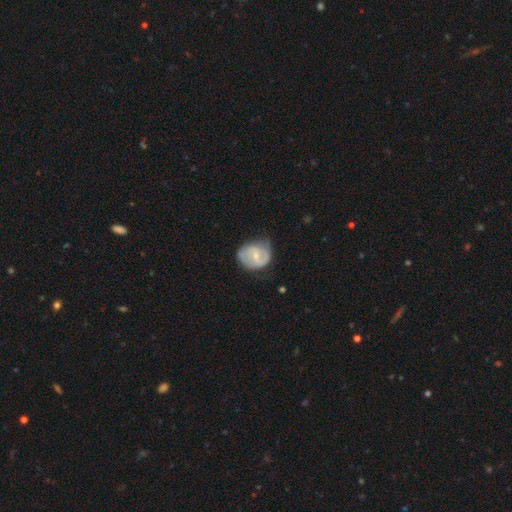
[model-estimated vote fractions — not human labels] A featured or disk galaxy (58%) with a weak bar (47%), spiral arms (76%) and a small central bulge (56%).

Vote fractions:
- Smooth or featured? featured or disk: 58% / smooth: 36% / star or artifact: 6%
- Edge-on disk? no: 97% / yes: 3%
- Bar? weak: 47% / no: 40% / strong: 13%
- Spiral arms? yes: 76% / no: 24%
- Bulge size? small: 56% / moderate: 38% / none: 4% / large: 1% / dominant: 1%
- Merging? none: 52% / minor disturbance: 33% / major disturbance: 13% / merger: 2%